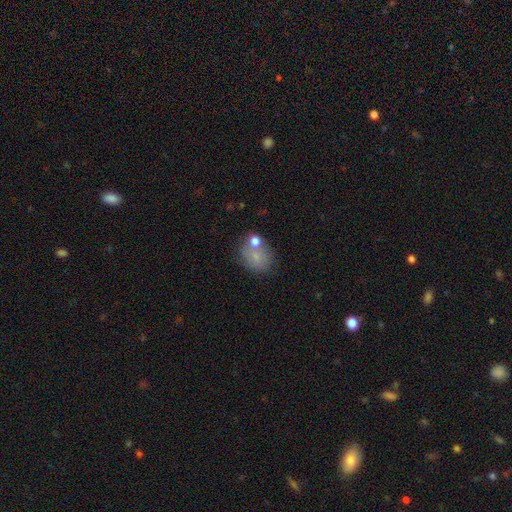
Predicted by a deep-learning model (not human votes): Q: Smooth or featured?
A: smooth (69%); runner-up: featured or disk (18%)
Q: How rounded?
A: round (53%); runner-up: in between (46%)
Q: Merging?
A: none (55%); runner-up: merger (19%)